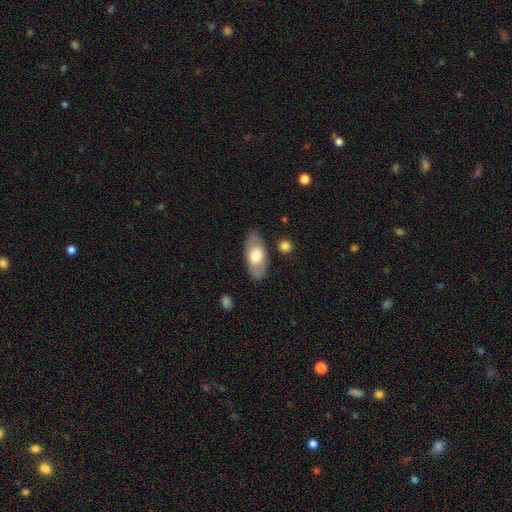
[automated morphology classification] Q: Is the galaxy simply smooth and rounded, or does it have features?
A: smooth — 62%.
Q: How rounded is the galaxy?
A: in between — 89%.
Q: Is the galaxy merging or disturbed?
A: none — 82%.